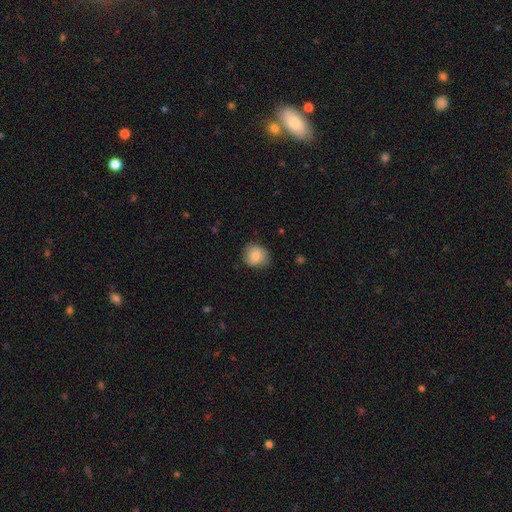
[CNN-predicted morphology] smooth_or_featured: smooth (p=0.83) [alt: featured or disk p=0.09]
how_rounded: round (p=0.82) [alt: in between p=0.17]
merging: none (p=0.77) [alt: minor disturbance p=0.19]